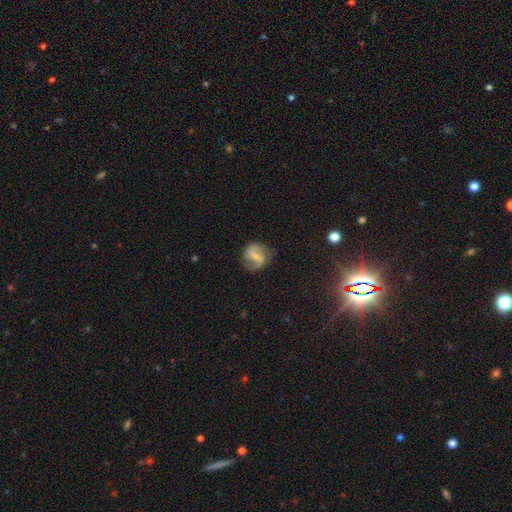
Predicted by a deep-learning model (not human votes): The model was most divided on "spiral winding": medium: 47%, loose: 37%, tight: 16%. Remaining: edge-on disk — no (98%); spiral arms — yes (93%); spiral arm count — 2 (87%); smooth or featured — featured or disk (75%); merging — none (73%); bulge size — small (58%); bar — weak (48%).